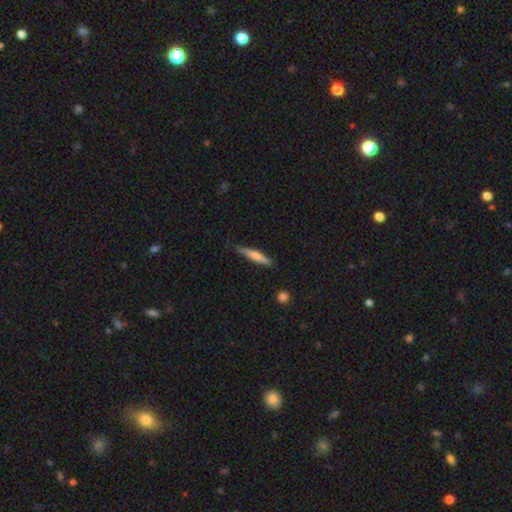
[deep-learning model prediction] This is possibly a smooth galaxy (53%). How rounded: clearly cigar-shaped (90%). Merging: clearly none (82%).